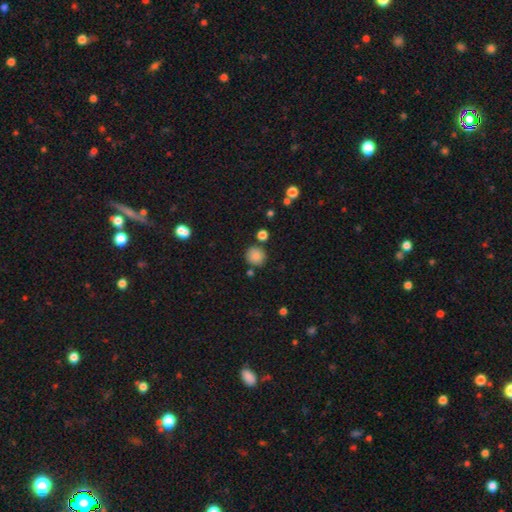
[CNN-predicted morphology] The model was most divided on "merging": none: 82%, minor disturbance: 9%, merger: 6%, major disturbance: 3%. More confident: how rounded — round (91%); smooth or featured — smooth (84%).